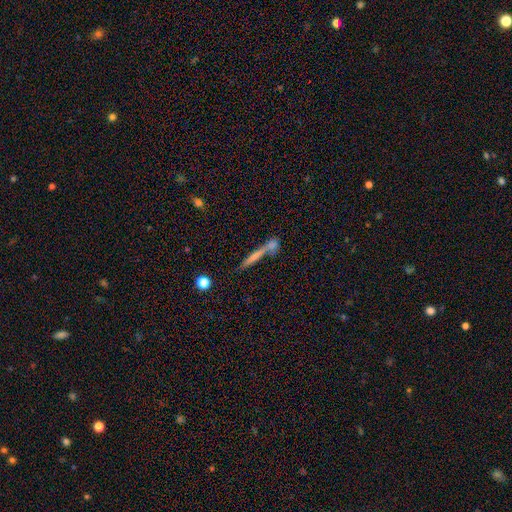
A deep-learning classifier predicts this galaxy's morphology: Smooth or featured?
  - smooth: 54% *
  - featured or disk: 36%
  - star or artifact: 10%
How rounded?
  - cigar-shaped: 90% *
  - in between: 7%
  - round: 3%
Merging?
  - none: 55% *
  - merger: 30%
  - minor disturbance: 10%
  - major disturbance: 5%